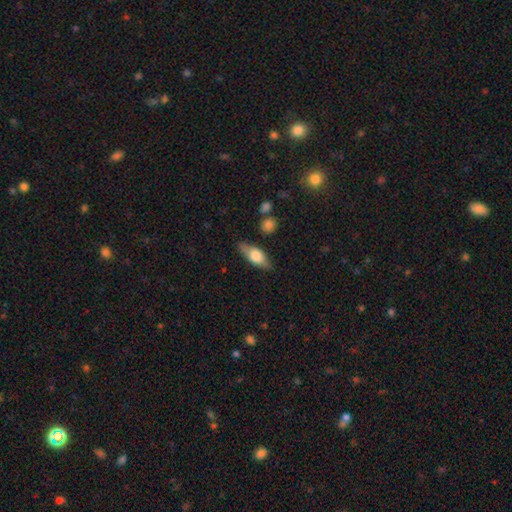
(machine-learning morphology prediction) This is likely a smooth galaxy (61%). How rounded: likely in between (71%). Merging: likely none (79%).